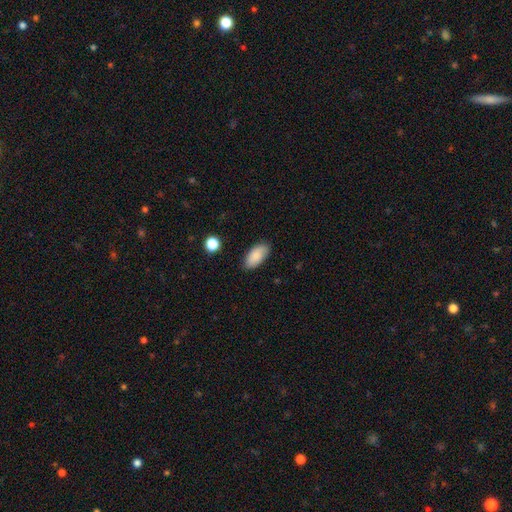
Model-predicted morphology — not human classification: smooth 86%, featured or disk 7%, star or artifact 7%. Down the decision tree: how rounded — in between (93%); merging — none (83%).